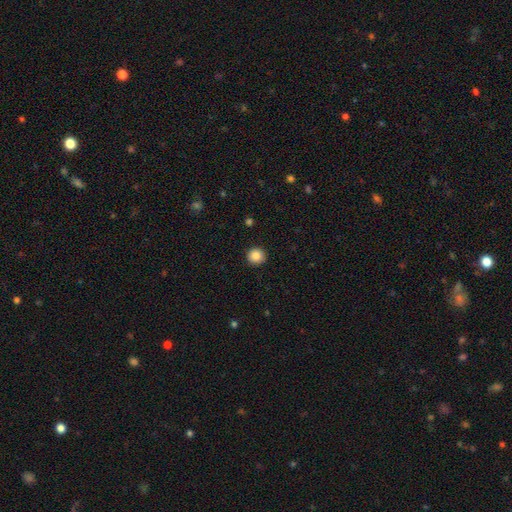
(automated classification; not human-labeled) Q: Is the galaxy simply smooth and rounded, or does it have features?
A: smooth — 87%.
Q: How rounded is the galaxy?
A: round — 94%.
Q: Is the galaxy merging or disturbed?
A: none — 93%.